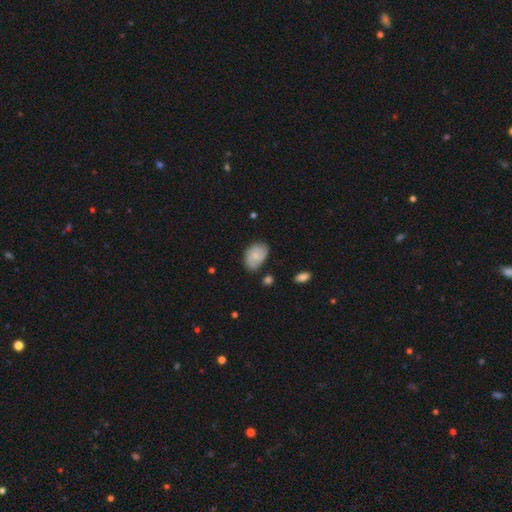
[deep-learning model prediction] smooth_or_featured: smooth (p=0.62) [alt: featured or disk p=0.31]
how_rounded: in between (p=0.85) [alt: round p=0.14]
merging: none (p=0.68) [alt: minor disturbance p=0.24]